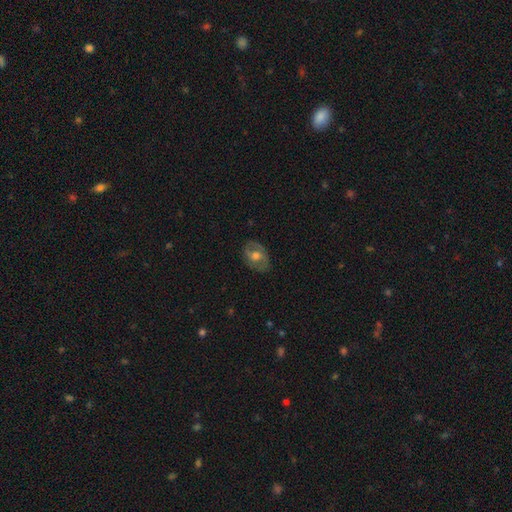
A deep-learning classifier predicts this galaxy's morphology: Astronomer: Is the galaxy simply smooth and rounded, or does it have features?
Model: featured or disk — 52% (runner-up: smooth, 41%).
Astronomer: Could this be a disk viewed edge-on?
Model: no — 94%.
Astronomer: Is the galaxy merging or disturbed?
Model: none — 77%.